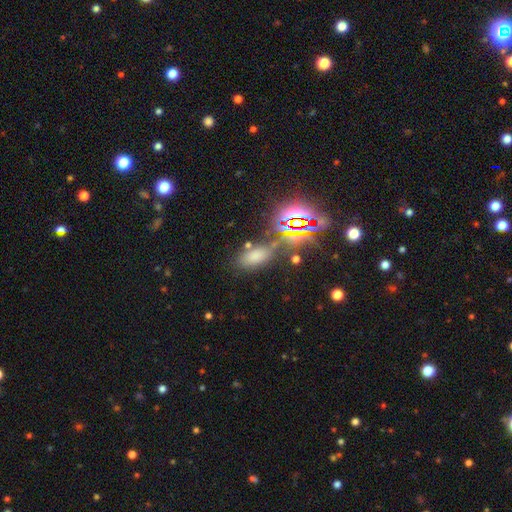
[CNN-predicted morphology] Overall: smooth (61%; star or artifact 30%). How rounded: in between (86%). Merging: none (67%).